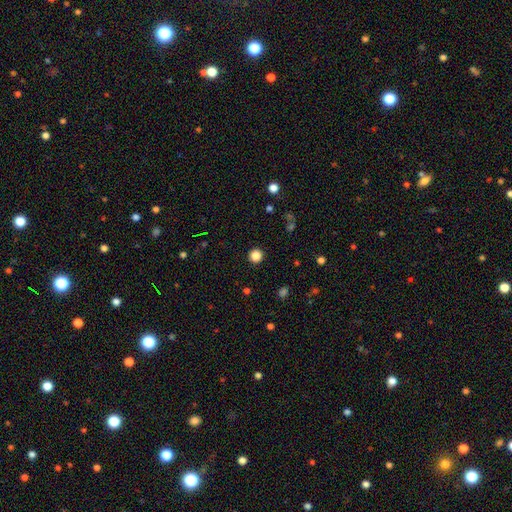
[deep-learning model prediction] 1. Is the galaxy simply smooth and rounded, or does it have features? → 84% smooth, 12% star or artifact, 3% featured or disk.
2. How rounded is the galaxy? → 96% round, 3% in between, 1% cigar-shaped.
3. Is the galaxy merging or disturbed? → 93% none, 4% minor disturbance, 2% major disturbance, 1% merger.